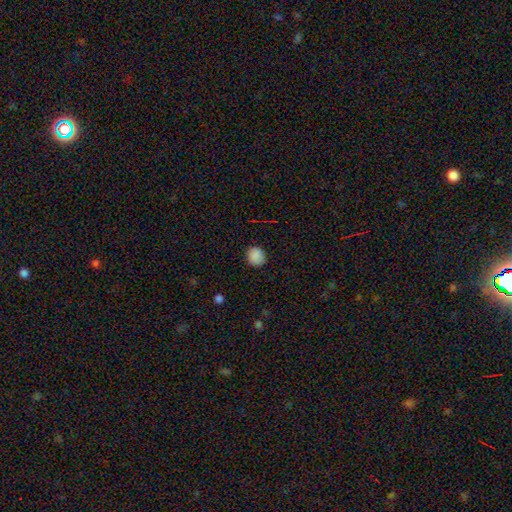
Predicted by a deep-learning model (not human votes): smooth-or-featured: smooth: 88% | star or artifact: 9% | featured or disk: 3%
  how-rounded: round: 84% | in between: 15% | cigar-shaped: 1%
  merging: none: 88% | minor disturbance: 8% | major disturbance: 2% | merger: 1%